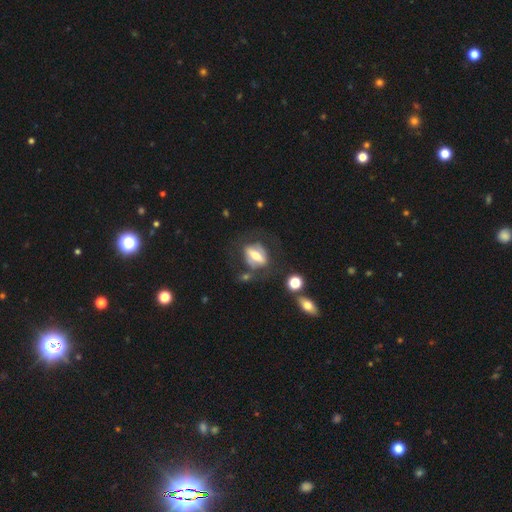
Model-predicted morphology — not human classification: Overall: featured or disk (58%; smooth 34%). Edge-on disk: no (70%). Merging: none (54%; major disturbance 19%).